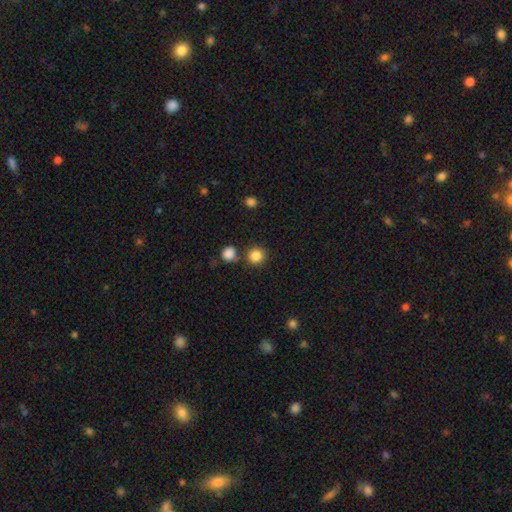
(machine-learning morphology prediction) type=smooth (85%); roundness=round (92%); merging=none (79%).